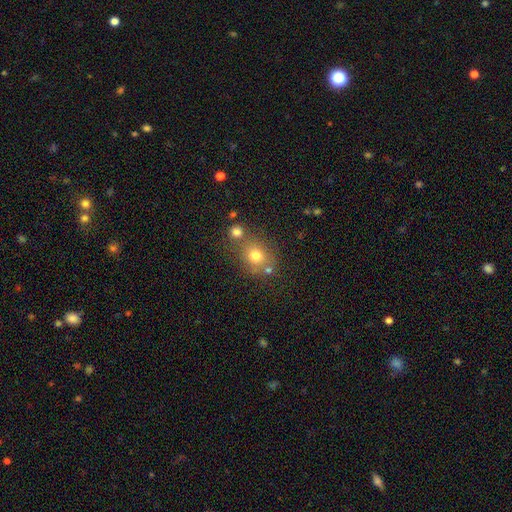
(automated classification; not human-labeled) Q: Smooth or featured?
A: smooth (73%); runner-up: star or artifact (14%)
Q: How rounded?
A: round (73%); runner-up: in between (26%)
Q: Merging?
A: none (62%); runner-up: merger (20%)